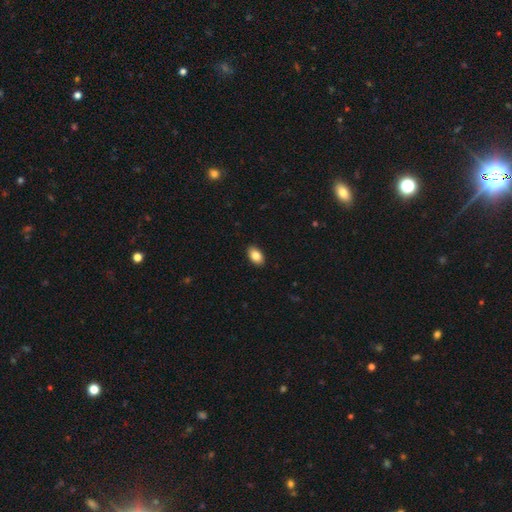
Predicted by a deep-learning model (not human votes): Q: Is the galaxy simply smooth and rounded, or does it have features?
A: smooth — 85%.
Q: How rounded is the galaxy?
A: in between — 92%.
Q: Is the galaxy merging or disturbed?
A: none — 90%.